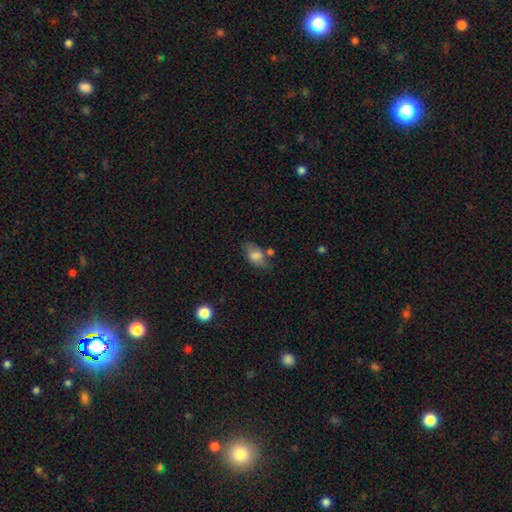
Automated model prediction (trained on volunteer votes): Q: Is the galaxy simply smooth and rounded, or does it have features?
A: smooth — 74%.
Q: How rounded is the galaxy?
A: in between — 89%.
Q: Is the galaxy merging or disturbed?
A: none — 57%.